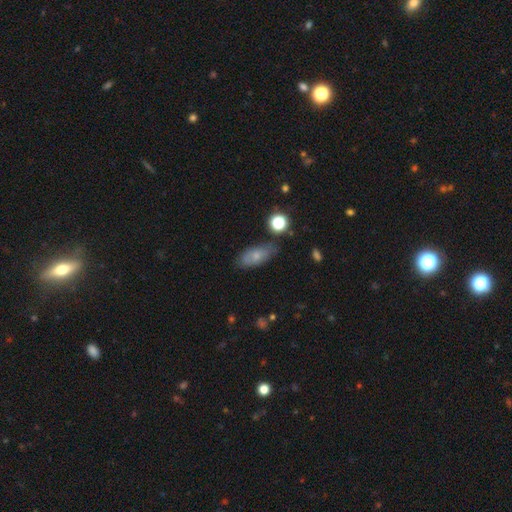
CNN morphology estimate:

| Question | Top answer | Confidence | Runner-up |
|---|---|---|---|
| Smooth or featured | smooth | 65% | featured or disk (25%) |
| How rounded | in between | 86% | cigar-shaped (9%) |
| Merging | none | 69% | minor disturbance (22%) |